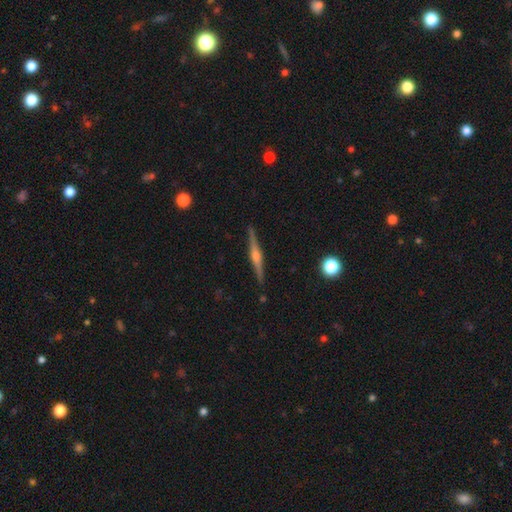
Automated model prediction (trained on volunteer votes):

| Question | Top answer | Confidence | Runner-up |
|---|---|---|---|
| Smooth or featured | featured or disk | 82% | smooth (12%) |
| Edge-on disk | yes | 98% | no (2%) |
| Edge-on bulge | rounded | 81% | boxy (12%) |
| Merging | none | 92% | minor disturbance (6%) |